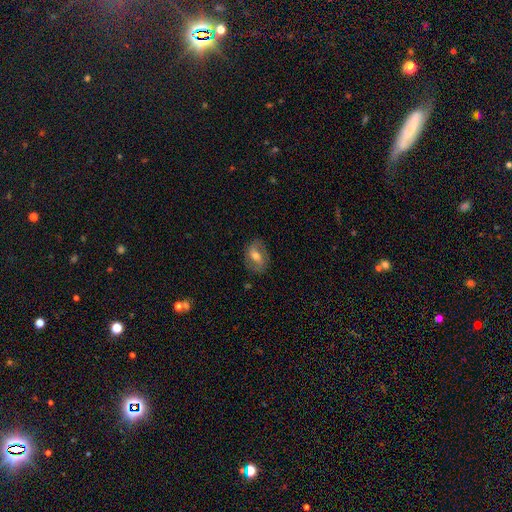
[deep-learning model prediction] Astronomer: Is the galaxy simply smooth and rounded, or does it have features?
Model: featured or disk — 50% (runner-up: smooth, 43%).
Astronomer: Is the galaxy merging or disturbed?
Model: none — 76%.